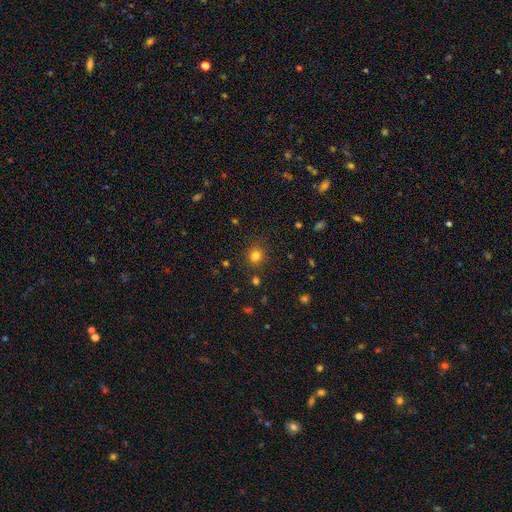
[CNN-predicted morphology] Smooth or featured? Predicted: smooth (p=0.79). How rounded? Predicted: round (p=0.85). Merging? Predicted: none (p=0.84).